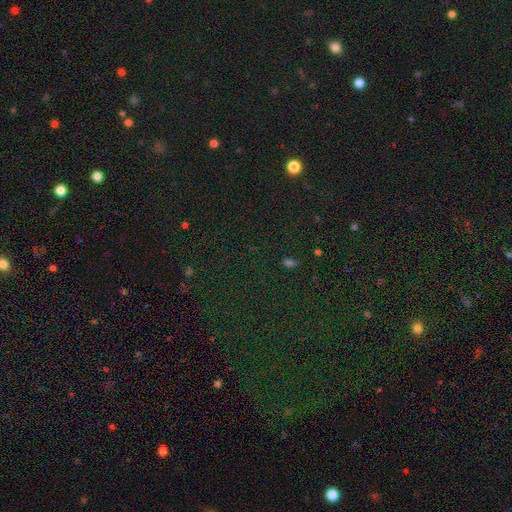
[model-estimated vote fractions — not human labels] The model was most divided on "smooth or featured": star or artifact: 78%, smooth: 15%, featured or disk: 7%.